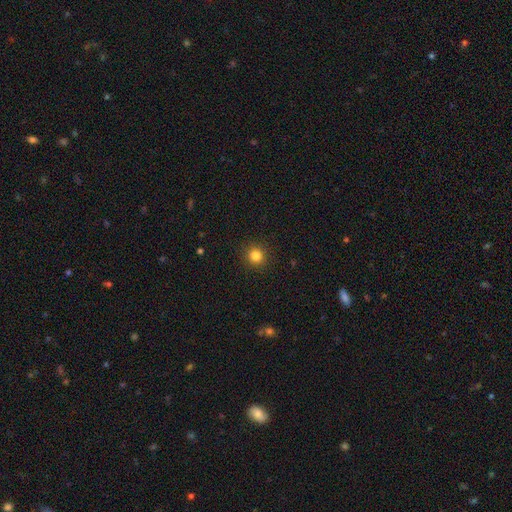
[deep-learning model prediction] Smooth or featured? smooth (83%)
How rounded? round (92%)
Merging? none (92%)